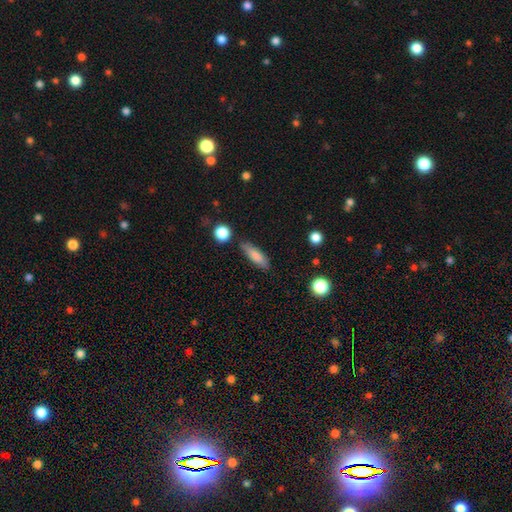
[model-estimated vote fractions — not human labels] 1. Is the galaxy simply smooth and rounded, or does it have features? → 79% smooth, 13% featured or disk, 7% star or artifact.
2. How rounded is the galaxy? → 53% cigar-shaped, 44% in between, 3% round.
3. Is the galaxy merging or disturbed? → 80% none, 13% minor disturbance, 4% merger, 3% major disturbance.